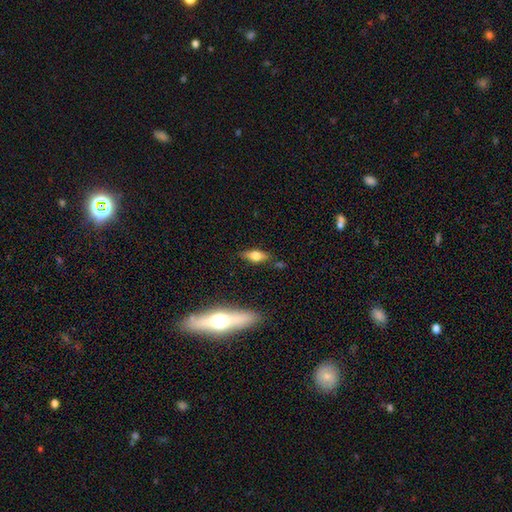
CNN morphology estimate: type=smooth (62%); roundness=in between (71%); merging=none (78%).